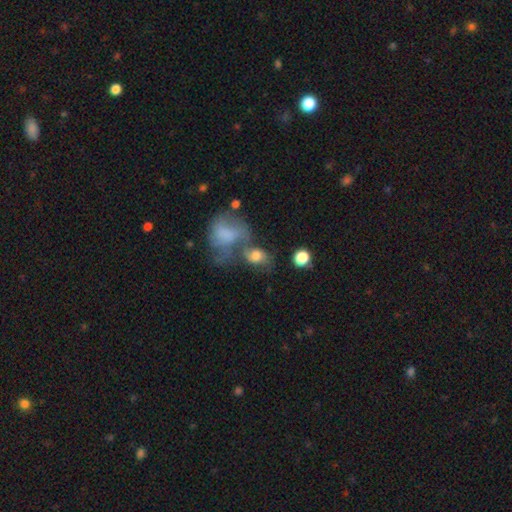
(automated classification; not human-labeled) Smooth or featured: smooth — 62% (featured or disk — 27%)
How rounded: in between — 61% (round — 37%)
Merging: merger — 41% (none — 29%)